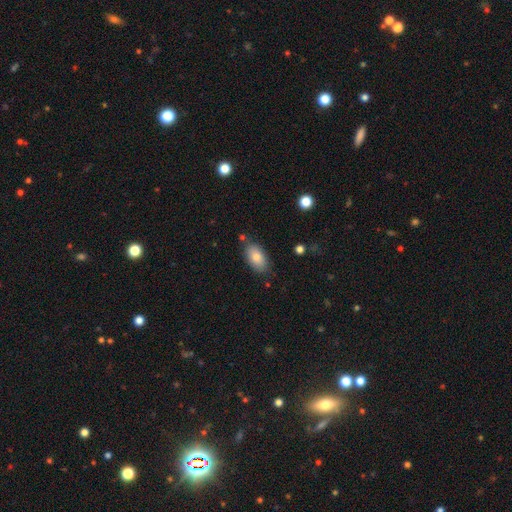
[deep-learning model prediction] The model was most divided on "merging": none: 80%, minor disturbance: 14%, merger: 4%, major disturbance: 3%. More confident: how rounded — in between (93%); smooth or featured — smooth (82%).